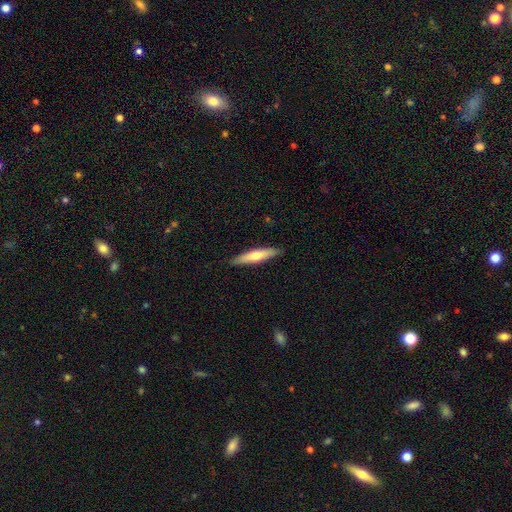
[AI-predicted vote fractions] smooth-or-featured: smooth: 59% | featured or disk: 36% | star or artifact: 5%
  how-rounded: cigar-shaped: 81% | in between: 18% | round: 1%
  merging: none: 88% | minor disturbance: 9% | major disturbance: 2% | merger: 1%